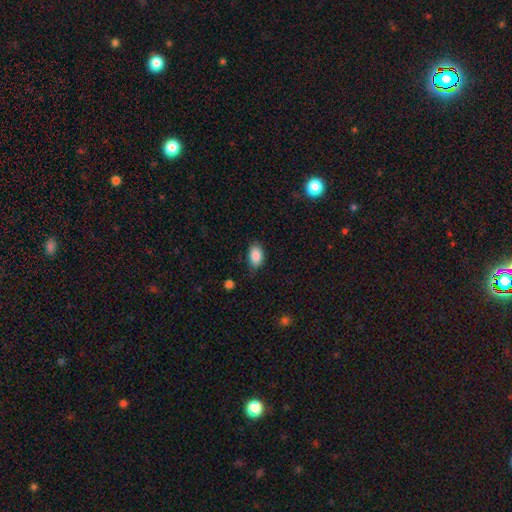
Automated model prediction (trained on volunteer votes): This appears to be a smooth galaxy with no disk features (88%) that is in between round and cigar-shaped (89%). Merging: none (72%).